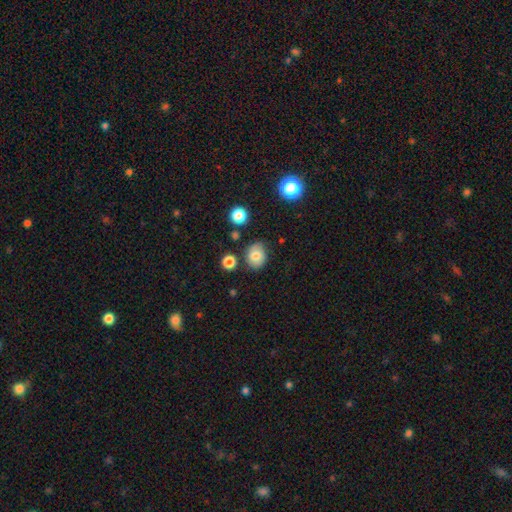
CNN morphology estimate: Smooth or featured? smooth (69%)
How rounded? round (56%)
Merging? none (73%)